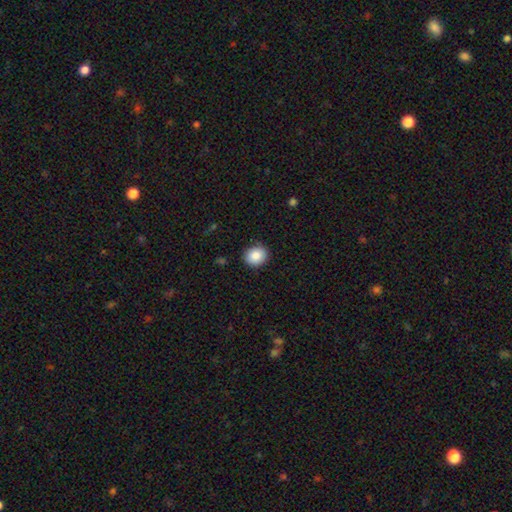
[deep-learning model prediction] Smooth or featured? Predicted: smooth (p=0.87). How rounded? Predicted: round (p=0.73). Merging? Predicted: none (p=0.88).